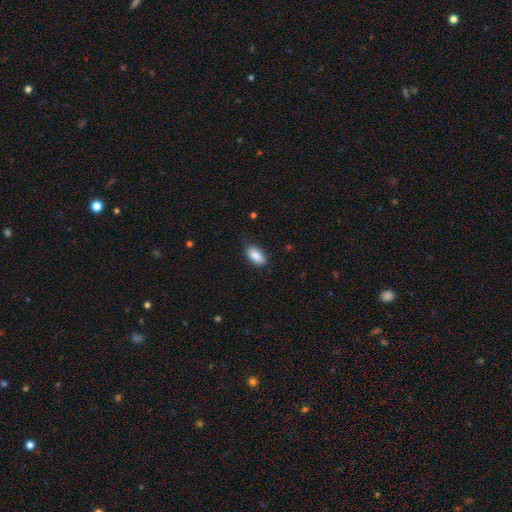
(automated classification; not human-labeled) Overall: smooth (87%). How rounded: in between (92%). Merging: none (81%).